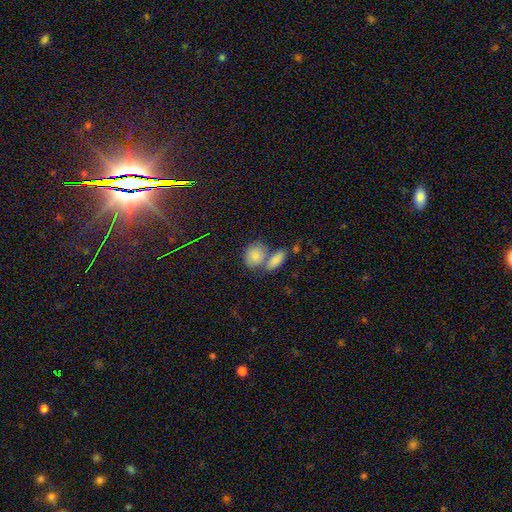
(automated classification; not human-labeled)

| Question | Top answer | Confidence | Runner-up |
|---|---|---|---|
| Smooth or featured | smooth | 77% | star or artifact (13%) |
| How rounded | in between | 53% | round (44%) |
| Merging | none | 44% | merger (42%) |